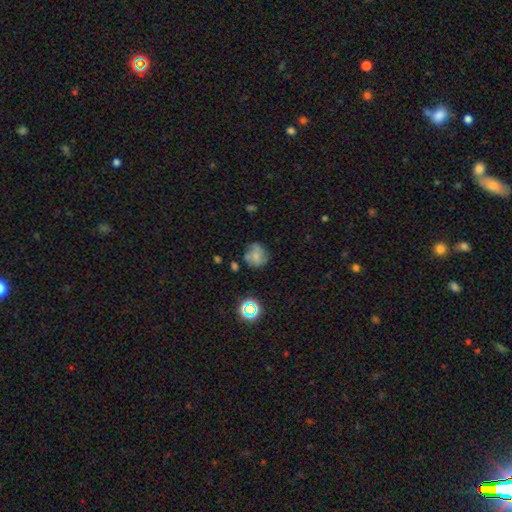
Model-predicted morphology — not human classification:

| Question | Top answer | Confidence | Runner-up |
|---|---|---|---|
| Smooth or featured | smooth | 61% | featured or disk (23%) |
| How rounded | round | 83% | in between (16%) |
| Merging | none | 60% | minor disturbance (25%) |